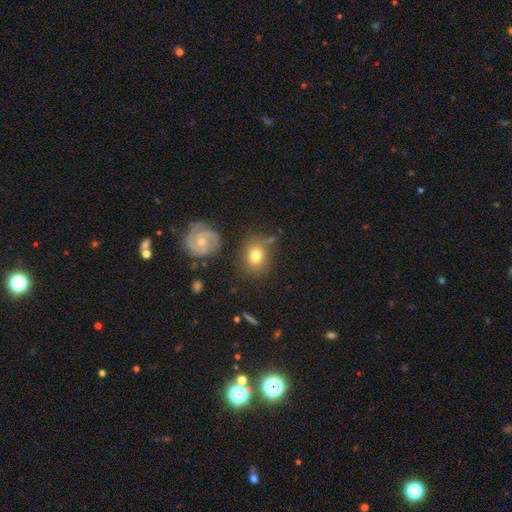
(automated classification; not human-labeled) Smooth or featured: smooth — 69% (featured or disk — 21%)
How rounded: round — 59% (in between — 40%)
Merging: none — 73% (minor disturbance — 16%)